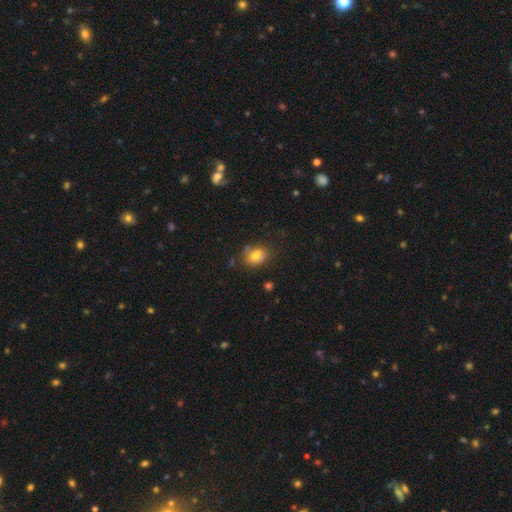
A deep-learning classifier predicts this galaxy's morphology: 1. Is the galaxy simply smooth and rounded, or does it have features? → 75% smooth, 14% featured or disk, 11% star or artifact.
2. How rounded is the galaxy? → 52% in between, 47% round, 1% cigar-shaped.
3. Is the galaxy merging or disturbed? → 64% none, 24% minor disturbance, 7% major disturbance, 5% merger.